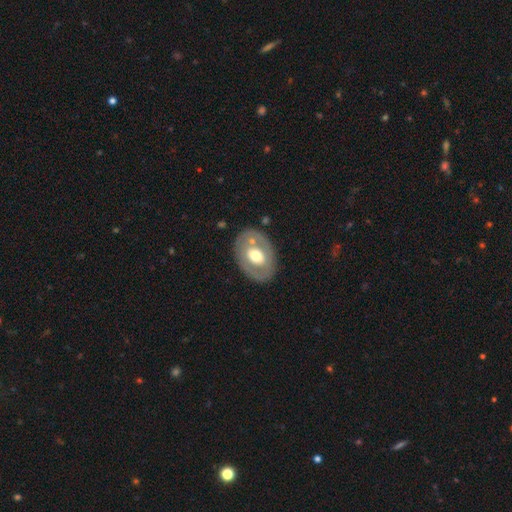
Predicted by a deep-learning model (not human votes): smooth_or_featured: featured or disk (p=0.50) [alt: smooth p=0.44]
disk_edge_on: no (p=0.92) [alt: yes p=0.08]
merging: none (p=0.76) [alt: minor disturbance p=0.13]